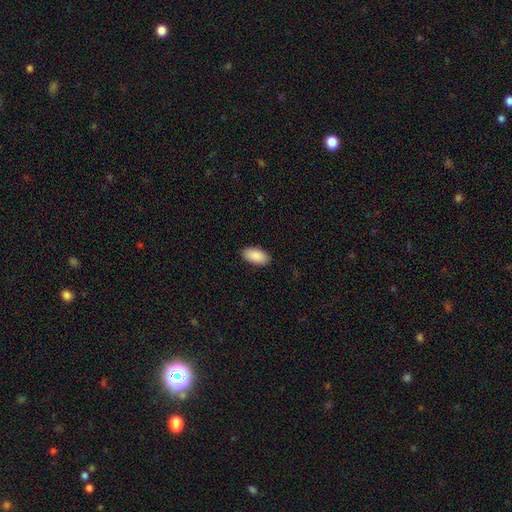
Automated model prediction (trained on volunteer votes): Morphology: type=smooth (91%); roundness=in between (95%); merging=none (89%).